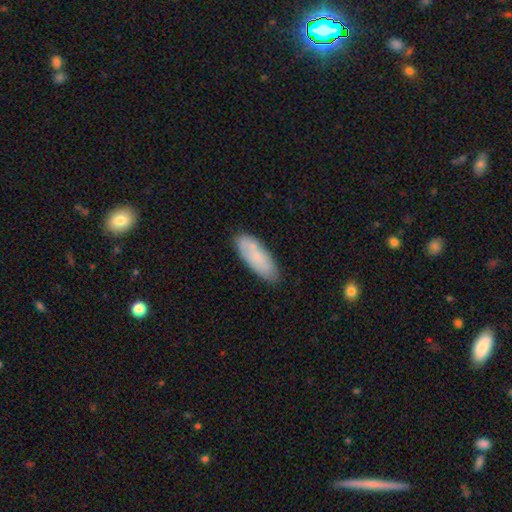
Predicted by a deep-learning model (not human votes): smooth 73%, featured or disk 20%, star or artifact 7%. Down the decision tree: how rounded — in between (68%); merging — none (77%).